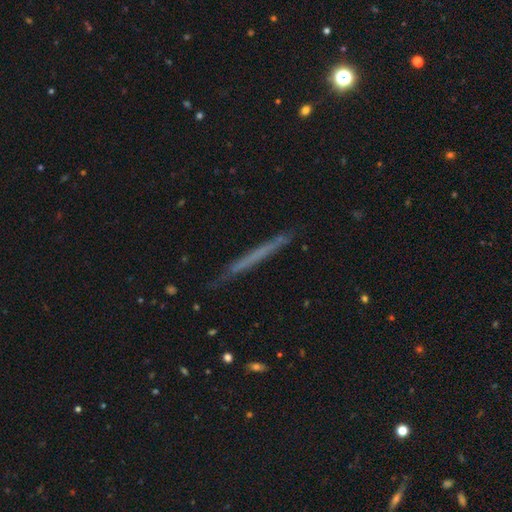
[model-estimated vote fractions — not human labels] Smooth or featured: smooth — 47% (featured or disk — 44%)
Merging: none — 88% (minor disturbance — 9%)